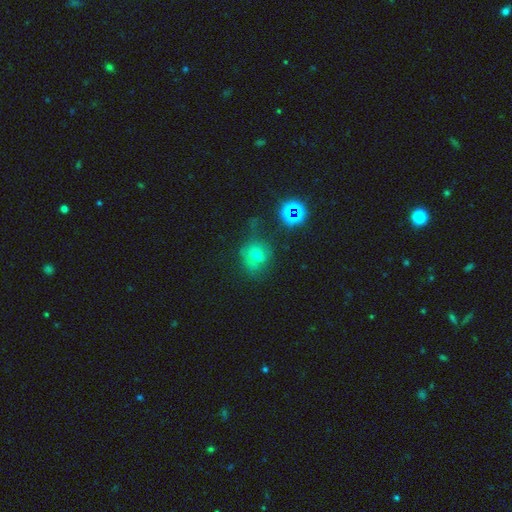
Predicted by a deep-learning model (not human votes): smooth_or_featured: smooth (p=0.55) [alt: star or artifact p=0.25]
how_rounded: round (p=0.75) [alt: in between p=0.24]
merging: none (p=0.53) [alt: minor disturbance p=0.24]